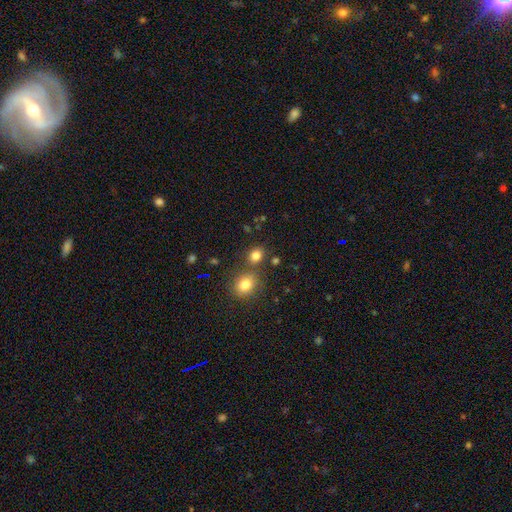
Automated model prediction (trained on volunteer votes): Overall: smooth (80%). How rounded: round (59%; in between 40%). Merging: none (69%).